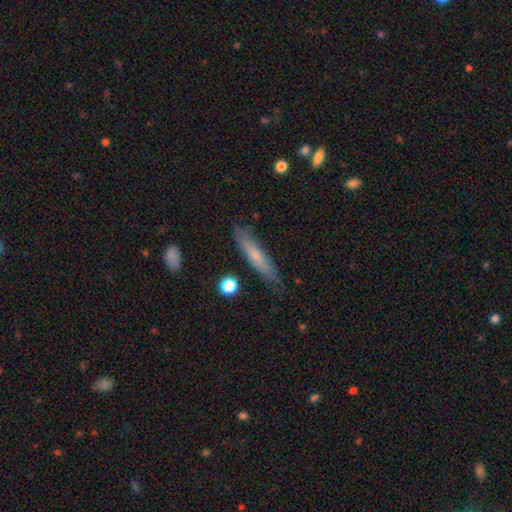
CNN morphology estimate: smooth 61%, featured or disk 33%, star or artifact 7%. Down the decision tree: how rounded — cigar-shaped (90%); merging — none (83%).